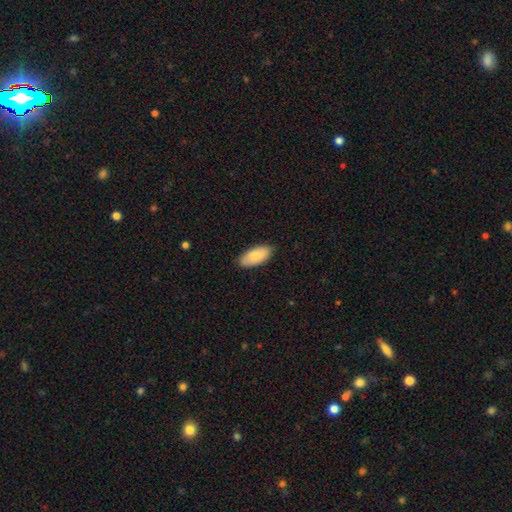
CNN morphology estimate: smooth 84%, featured or disk 10%, star or artifact 6%. Down the decision tree: how rounded — in between (92%); merging — none (88%).